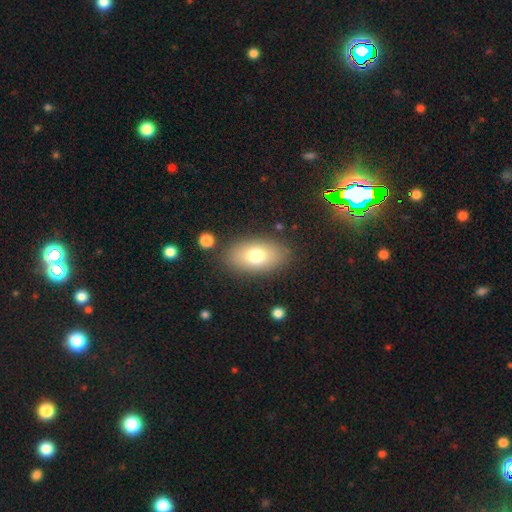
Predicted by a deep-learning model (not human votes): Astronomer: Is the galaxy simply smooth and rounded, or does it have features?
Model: smooth — 74%.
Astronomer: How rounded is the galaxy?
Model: in between — 90%.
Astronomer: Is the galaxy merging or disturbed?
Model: none — 83%.